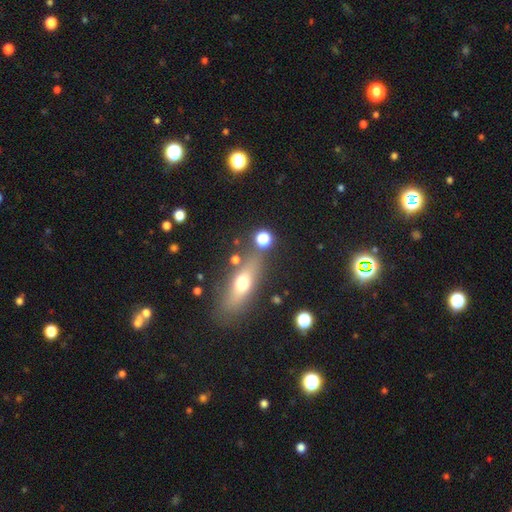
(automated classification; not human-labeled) Smooth or featured?
  - smooth: 47% *
  - featured or disk: 36%
  - star or artifact: 17%
Merging?
  - none: 74% *
  - minor disturbance: 12%
  - merger: 9%
  - major disturbance: 5%